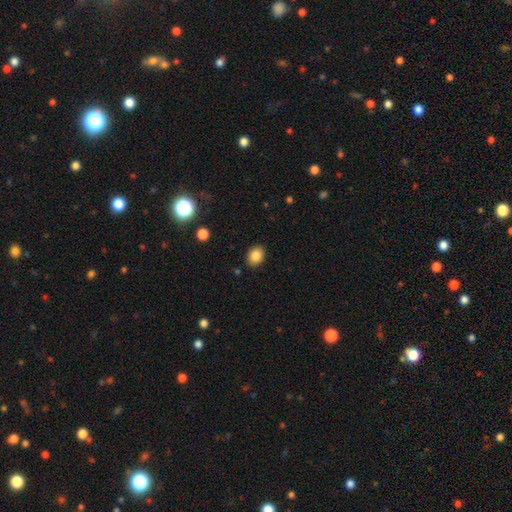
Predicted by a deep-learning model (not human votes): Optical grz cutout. It shows a smooth galaxy with no disk features (85%) that is in between round and cigar-shaped (52%). Merging: none (88%).